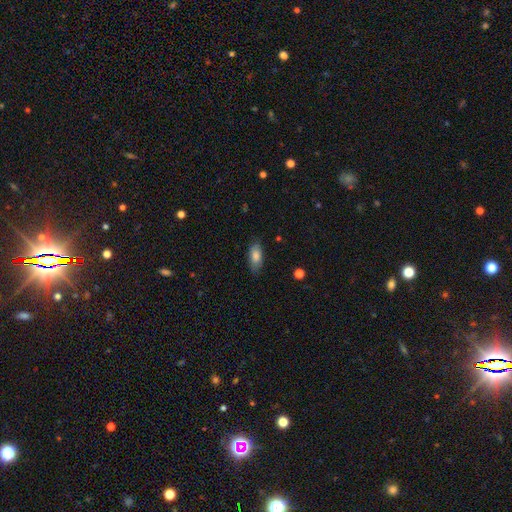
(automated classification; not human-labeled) Morphology: type=smooth (82%); roundness=in between (85%); merging=none (82%).